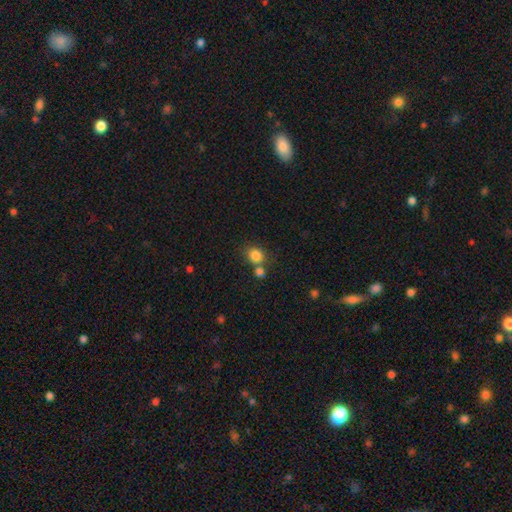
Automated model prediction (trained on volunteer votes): This appears to be a smooth galaxy with no disk features (84%) that is round (72%). Merging: none (57%).